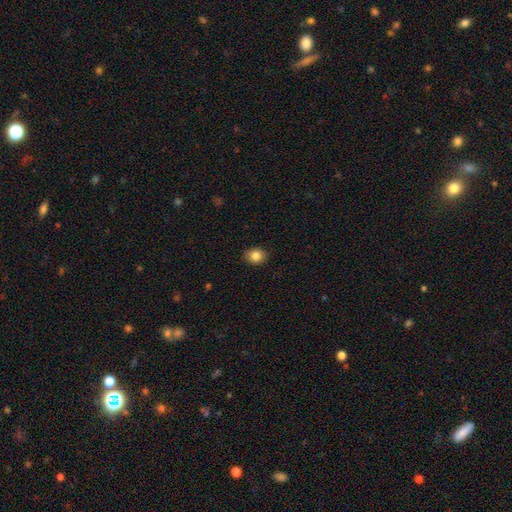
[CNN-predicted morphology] smooth-or-featured: smooth: 84% | star or artifact: 9% | featured or disk: 6%
  how-rounded: round: 56% | in between: 44% | cigar-shaped: 1%
  merging: none: 89% | minor disturbance: 8% | major disturbance: 2% | merger: 1%